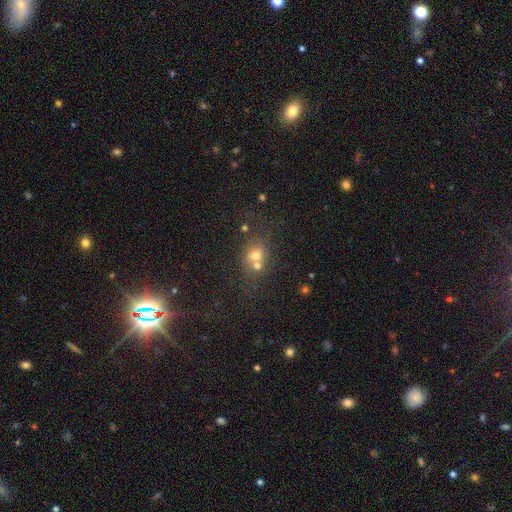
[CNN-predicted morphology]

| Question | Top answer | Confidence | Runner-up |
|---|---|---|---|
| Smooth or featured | smooth | 61% | featured or disk (21%) |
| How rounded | round | 62% | in between (36%) |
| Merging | merger | 47% | none (39%) |